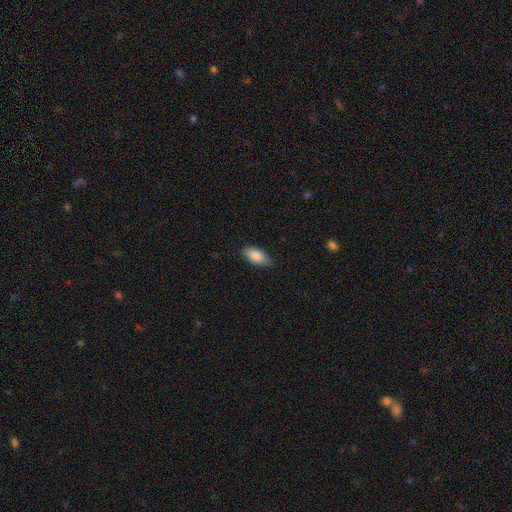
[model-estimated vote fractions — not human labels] Smooth or featured?
  - smooth: 86% *
  - featured or disk: 8%
  - star or artifact: 6%
How rounded?
  - in between: 88% *
  - cigar-shaped: 10%
  - round: 2%
Merging?
  - none: 79% *
  - minor disturbance: 17%
  - major disturbance: 3%
  - merger: 1%